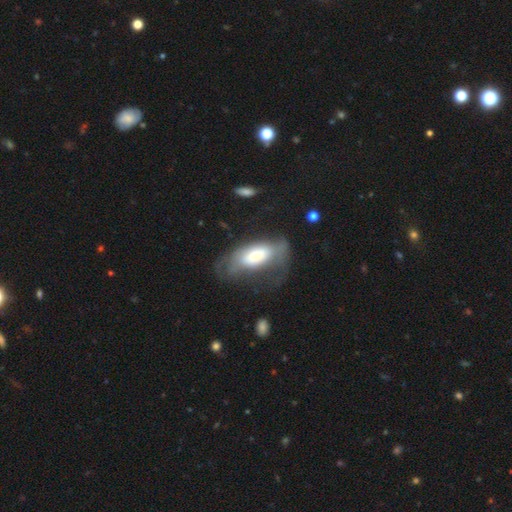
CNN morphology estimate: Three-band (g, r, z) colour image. It shows a smooth galaxy with no disk features (48%). Merging: major disturbance (41%).